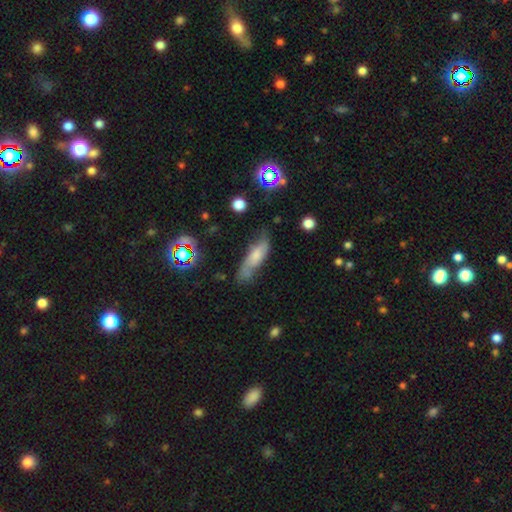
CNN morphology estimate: A smooth galaxy with no disk features (52%) that is cigar-shaped (50%). Merging: none (53%).